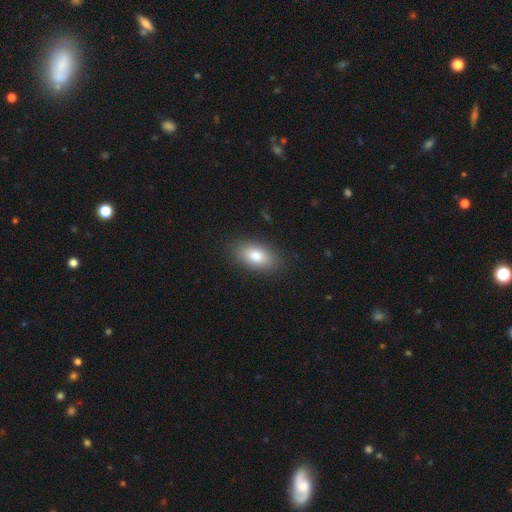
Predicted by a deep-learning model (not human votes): smooth_or_featured: smooth (p=0.78) [alt: featured or disk p=0.14]
how_rounded: in between (p=0.89) [alt: round p=0.07]
merging: none (p=0.87) [alt: minor disturbance p=0.09]